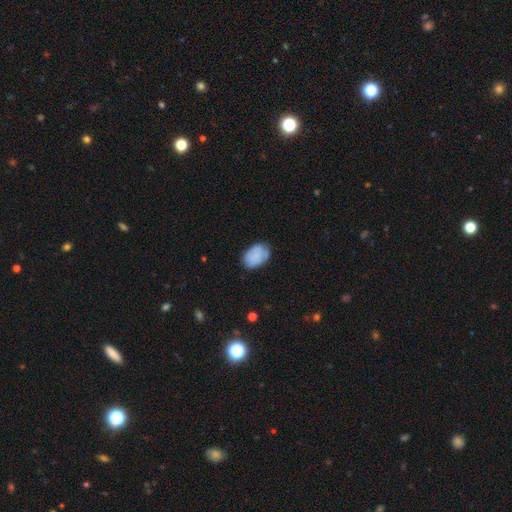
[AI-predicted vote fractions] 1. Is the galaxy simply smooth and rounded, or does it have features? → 74% smooth, 18% featured or disk, 8% star or artifact.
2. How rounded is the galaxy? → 84% in between, 15% round, 1% cigar-shaped.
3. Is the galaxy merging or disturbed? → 69% none, 23% minor disturbance, 6% major disturbance, 2% merger.